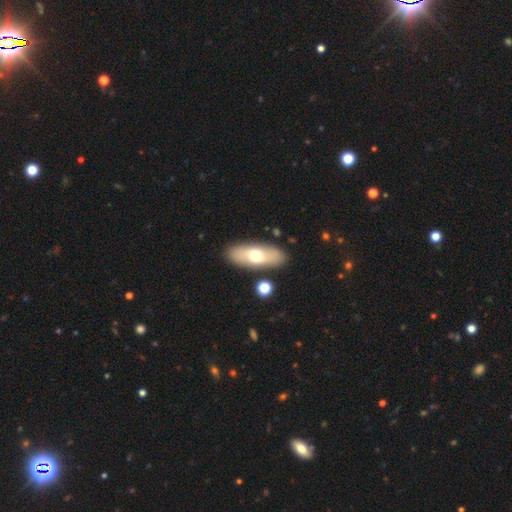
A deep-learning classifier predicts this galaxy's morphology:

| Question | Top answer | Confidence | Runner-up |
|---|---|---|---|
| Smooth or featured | smooth | 61% | featured or disk (33%) |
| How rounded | in between | 76% | cigar-shaped (20%) |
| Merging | none | 87% | minor disturbance (8%) |